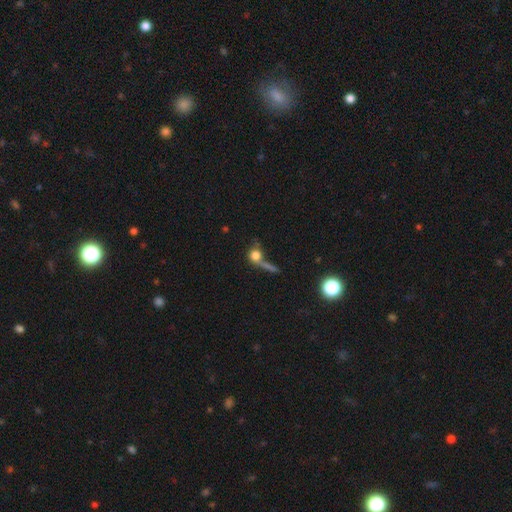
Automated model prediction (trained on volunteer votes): Smooth or featured? smooth (67%)
How rounded? round (75%)
Merging? none (37%)